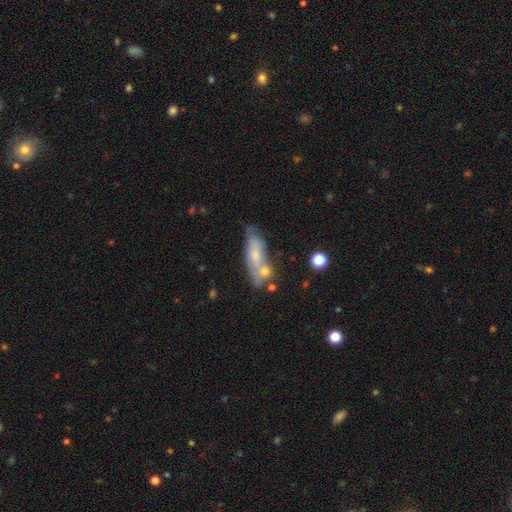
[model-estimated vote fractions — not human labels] Smooth or featured? smooth (52%)
How rounded? in between (57%)
Merging? none (44%)